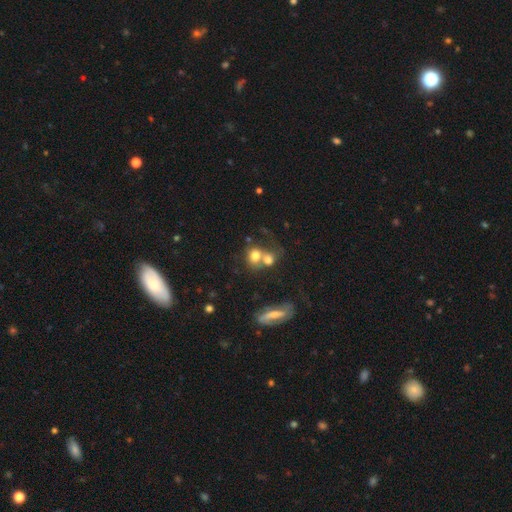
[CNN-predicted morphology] A smooth galaxy with no disk features (70%) that is round (64%). Merging: merger (55%).